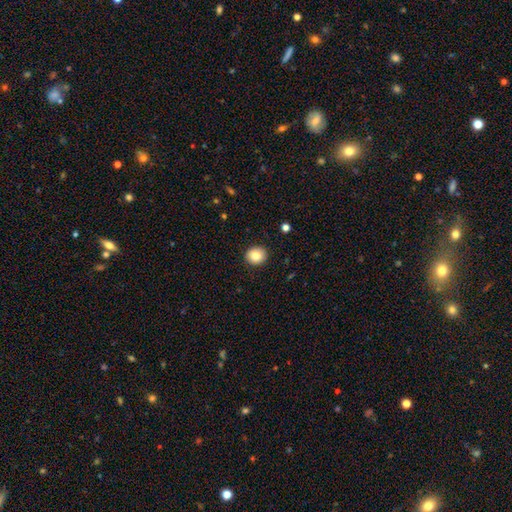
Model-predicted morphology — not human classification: Smooth or featured? smooth (85%)
How rounded? round (84%)
Merging? none (90%)